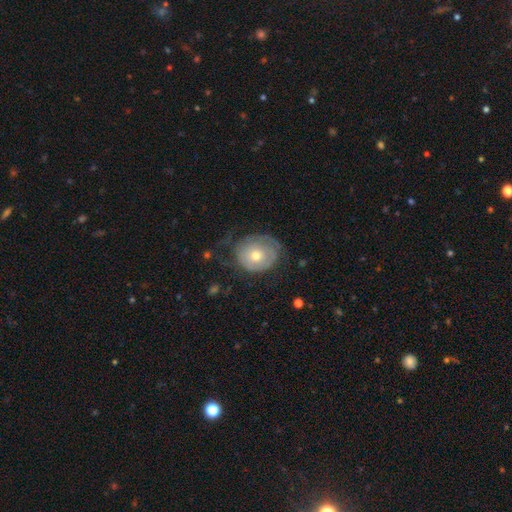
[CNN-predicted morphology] smooth-or-featured: featured or disk: 51% | smooth: 42% | star or artifact: 7%
  disk-edge-on: no: 95% | yes: 5%
  merging: none: 48% | minor disturbance: 26% | major disturbance: 24% | merger: 2%